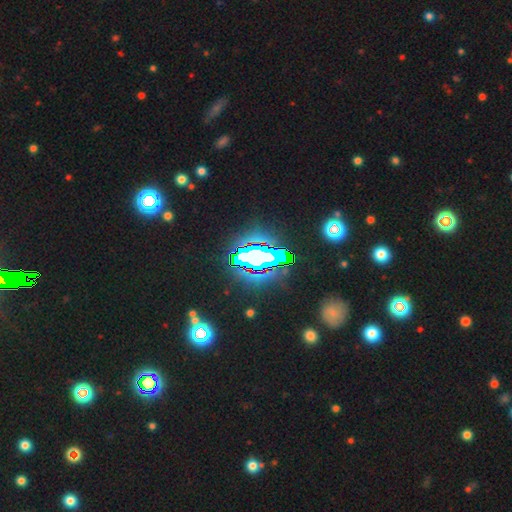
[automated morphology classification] Smooth or featured?
  - star or artifact: 70% *
  - smooth: 15%
  - featured or disk: 15%